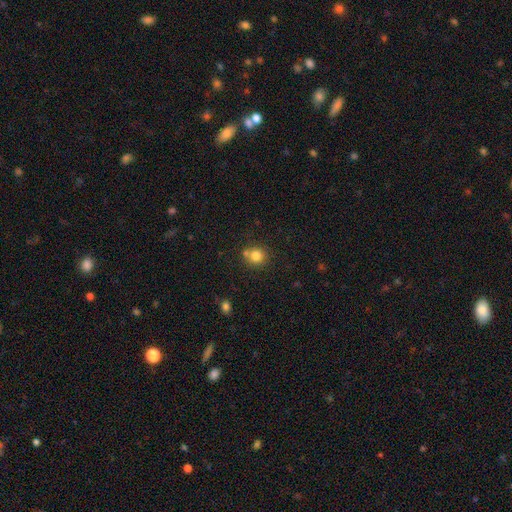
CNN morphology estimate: A smooth galaxy with no disk features (80%) that is round (88%).

Vote fractions:
- Smooth or featured? smooth: 80% / star or artifact: 12% / featured or disk: 8%
- How rounded? round: 88% / in between: 11% / cigar-shaped: 1%
- Merging? none: 64% / merger: 22% / minor disturbance: 11% / major disturbance: 3%